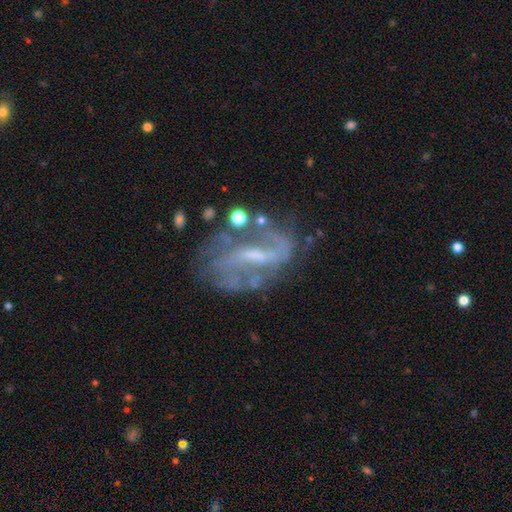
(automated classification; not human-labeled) Smooth or featured?
  - featured or disk: 80% *
  - smooth: 10%
  - star or artifact: 9%
Edge-on disk?
  - no: 95% *
  - yes: 5%
Bar?
  - strong: 41% * (tied)
  - weak: 41% * (tied)
  - no: 17%
Spiral arms?
  - yes: 78% *
  - no: 22%
Spiral winding?
  - loose: 44% *
  - medium: 38%
  - tight: 18%
Spiral arm count?
  - 2: 66% *
  - can't tell: 19%
  - 1: 7%
  - 3: 5%
  - 4: 2%
  - more than 4: 2%
Bulge size?
  - small: 48% *
  - moderate: 24%
  - none: 24%
  - large: 2%
  - dominant: 1%
Merging?
  - none: 51% *
  - minor disturbance: 21%
  - major disturbance: 20%
  - merger: 8%